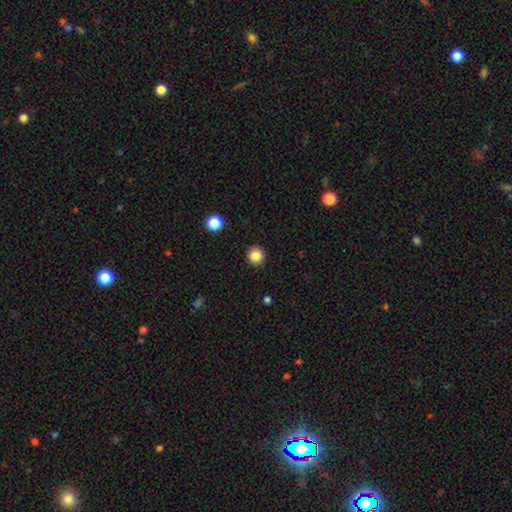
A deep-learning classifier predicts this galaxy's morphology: smooth 85%, star or artifact 11%, featured or disk 4%. Down the decision tree: how rounded — round (94%); merging — none (92%).